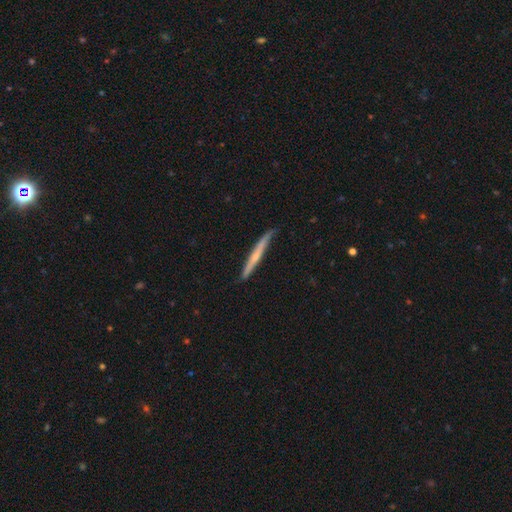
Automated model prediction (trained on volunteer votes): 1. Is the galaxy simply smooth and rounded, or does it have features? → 54% featured or disk, 41% smooth, 5% star or artifact.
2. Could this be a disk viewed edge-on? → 96% yes, 4% no.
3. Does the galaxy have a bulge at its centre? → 48% rounded, 47% none, 5% boxy.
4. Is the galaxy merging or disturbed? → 80% none, 16% minor disturbance, 2% major disturbance, 1% merger.